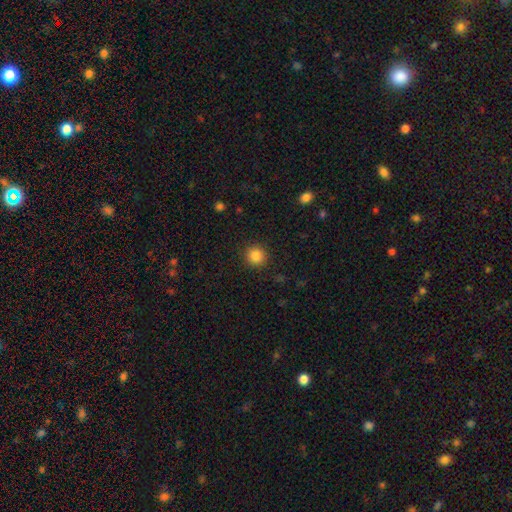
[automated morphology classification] The model was most divided on "smooth or featured": smooth: 85%, star or artifact: 11%, featured or disk: 4%. More confident: how rounded — round (94%); merging — none (91%).